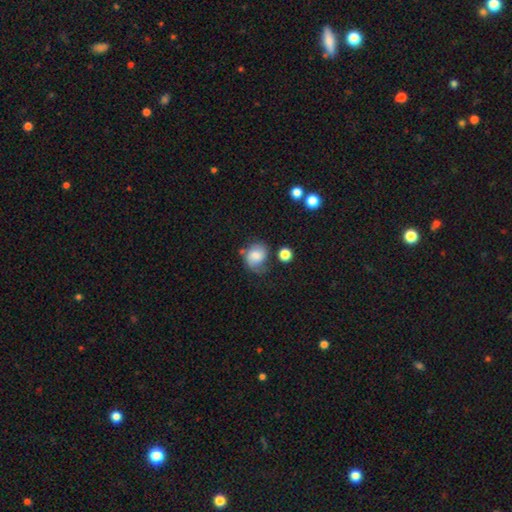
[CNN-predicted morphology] smooth 68%, featured or disk 23%, star or artifact 9%. Down the decision tree: how rounded — round (61%); merging — none (45%).